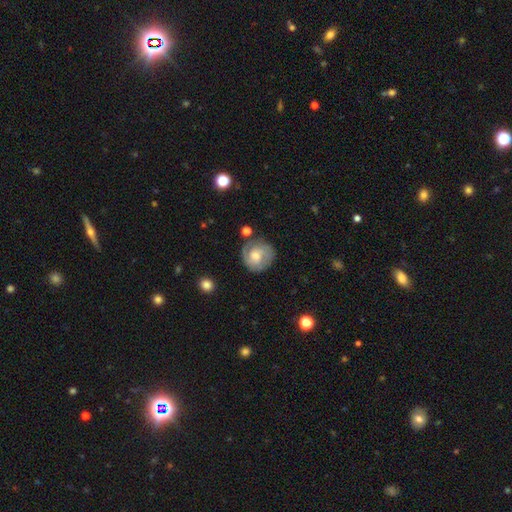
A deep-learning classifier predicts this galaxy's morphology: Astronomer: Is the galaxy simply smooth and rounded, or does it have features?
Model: featured or disk — 60%.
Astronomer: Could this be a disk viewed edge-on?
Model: no — 97%.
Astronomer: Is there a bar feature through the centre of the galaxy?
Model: no — 61%.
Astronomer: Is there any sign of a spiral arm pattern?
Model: yes — 85%.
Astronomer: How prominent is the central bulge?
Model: moderate — 60%.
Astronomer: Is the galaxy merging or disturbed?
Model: none — 75%.